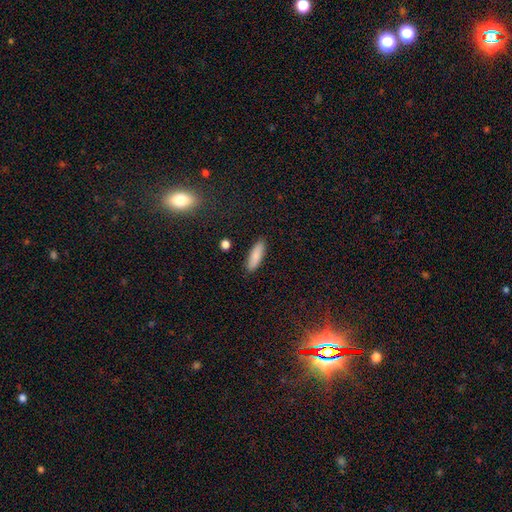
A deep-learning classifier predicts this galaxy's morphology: This is clearly a smooth galaxy (84%). How rounded: possibly in between (50%). Merging: clearly none (89%).